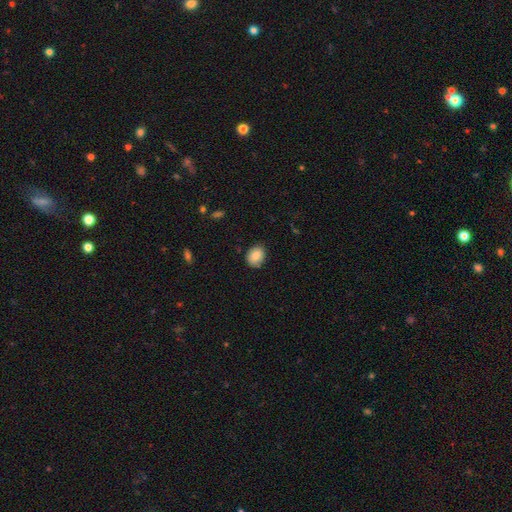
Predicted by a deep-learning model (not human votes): This appears to be a smooth galaxy with no disk features (86%) that is in between round and cigar-shaped (53%). Merging: none (82%).